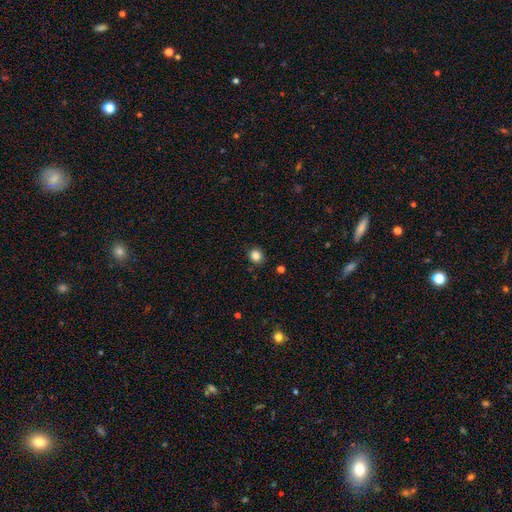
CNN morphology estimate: The model was most divided on "smooth or featured": smooth: 84%, star or artifact: 12%, featured or disk: 4%. More confident: merging — none (90%); how rounded — round (87%).